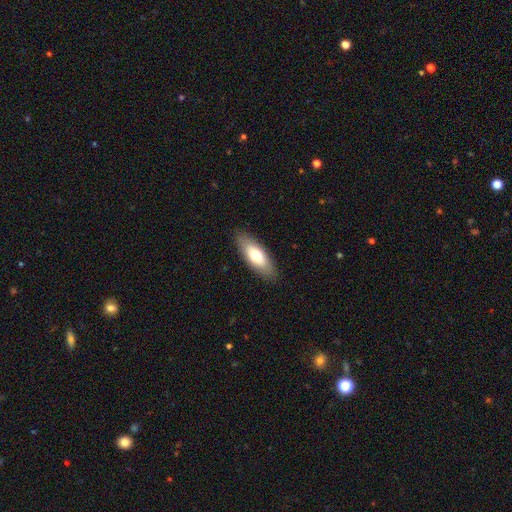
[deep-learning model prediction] This appears to be a smooth galaxy with no disk features (67%) that is in between round and cigar-shaped (74%). Merging: none (87%).